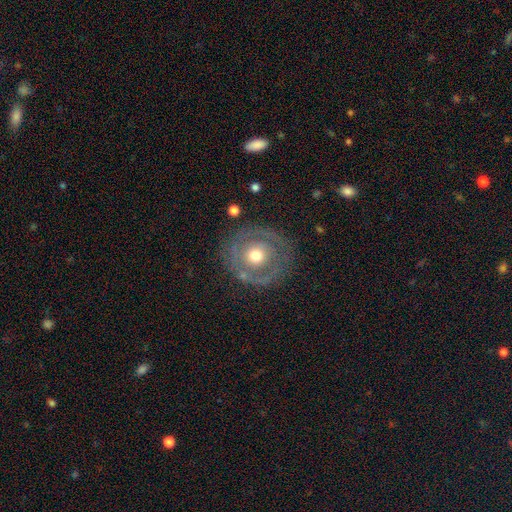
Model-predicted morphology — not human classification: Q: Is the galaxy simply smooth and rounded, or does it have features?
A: featured or disk — 55%.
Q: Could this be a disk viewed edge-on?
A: no — 96%.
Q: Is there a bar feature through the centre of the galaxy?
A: no — 87%.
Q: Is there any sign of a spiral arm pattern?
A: no — 70%.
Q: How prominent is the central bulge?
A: moderate — 70%.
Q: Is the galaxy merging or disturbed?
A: none — 77%.